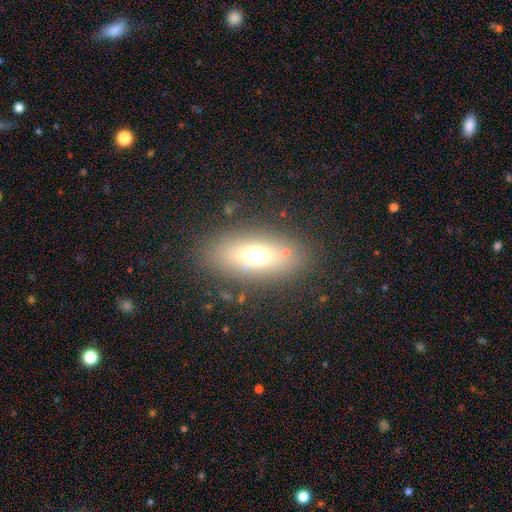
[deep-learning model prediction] Smooth or featured?
  - smooth: 65% *
  - featured or disk: 22%
  - star or artifact: 13%
How rounded?
  - in between: 78% *
  - cigar-shaped: 13%
  - round: 9%
Merging?
  - none: 81% *
  - minor disturbance: 10%
  - major disturbance: 5%
  - merger: 3%